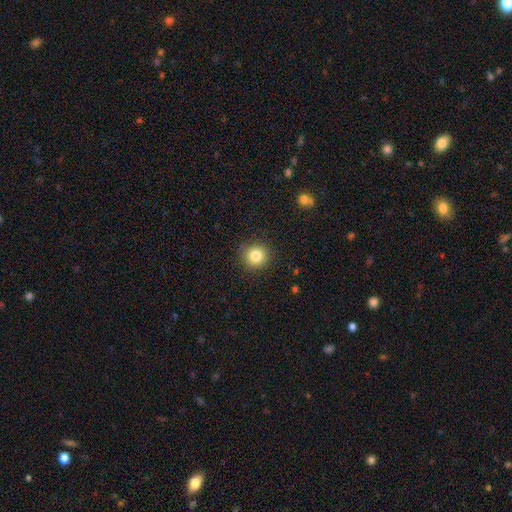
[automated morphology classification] Overall: smooth (82%). How rounded: round (92%). Merging: none (89%).